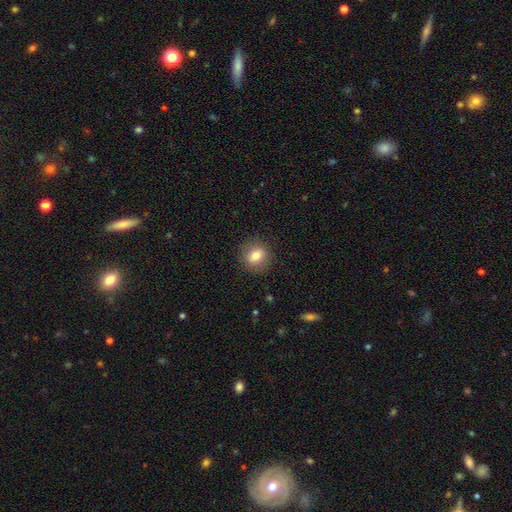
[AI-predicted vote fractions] smooth-or-featured: smooth: 80% | featured or disk: 10% | star or artifact: 9%
  how-rounded: round: 72% | in between: 27% | cigar-shaped: 1%
  merging: none: 87% | minor disturbance: 9% | major disturbance: 3% | merger: 1%